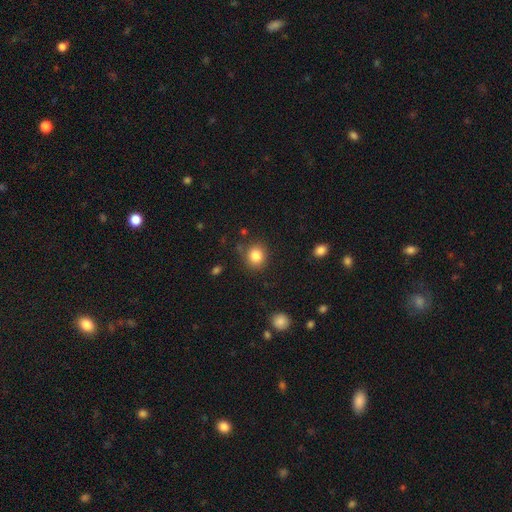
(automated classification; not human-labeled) Smooth or featured? smooth (84%)
How rounded? round (80%)
Merging? none (83%)